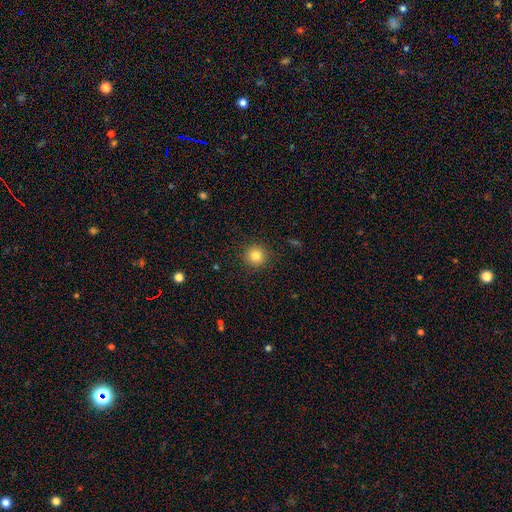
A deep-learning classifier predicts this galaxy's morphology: smooth-or-featured: smooth: 82% | star or artifact: 12% | featured or disk: 6%
  how-rounded: round: 95% | in between: 5% | cigar-shaped: 1%
  merging: none: 91% | minor disturbance: 6% | major disturbance: 2% | merger: 1%